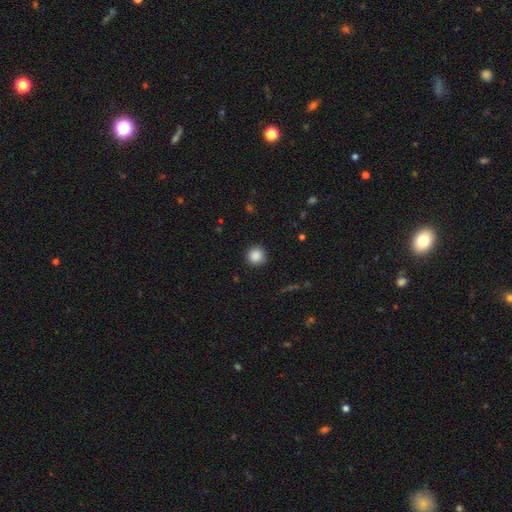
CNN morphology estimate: Smooth or featured? Predicted: smooth (p=0.88). How rounded? Predicted: round (p=0.94). Merging? Predicted: none (p=0.90).